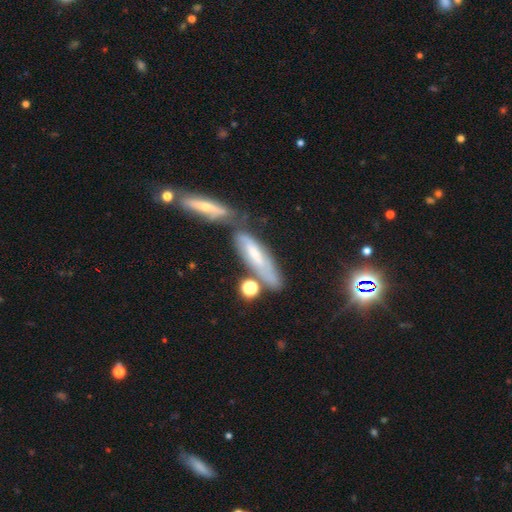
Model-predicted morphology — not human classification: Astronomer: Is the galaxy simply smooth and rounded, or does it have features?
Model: featured or disk — 45% (runner-up: smooth, 44%).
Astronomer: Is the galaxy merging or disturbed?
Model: none — 49% (runner-up: merger, 25%).